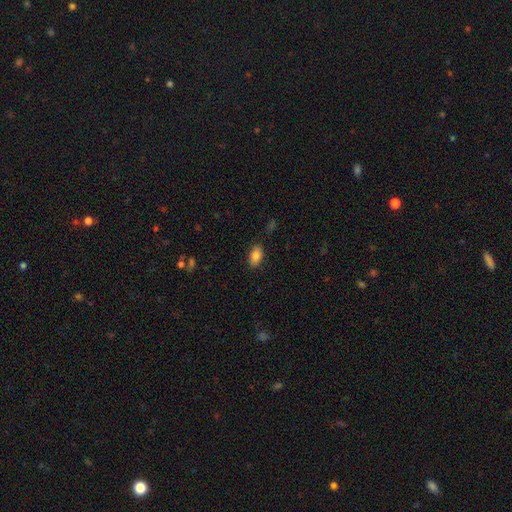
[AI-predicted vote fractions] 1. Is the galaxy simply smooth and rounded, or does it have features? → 85% smooth, 8% star or artifact, 6% featured or disk.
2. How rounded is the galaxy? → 91% in between, 6% round, 2% cigar-shaped.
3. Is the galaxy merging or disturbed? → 85% none, 11% minor disturbance, 3% major disturbance, 1% merger.